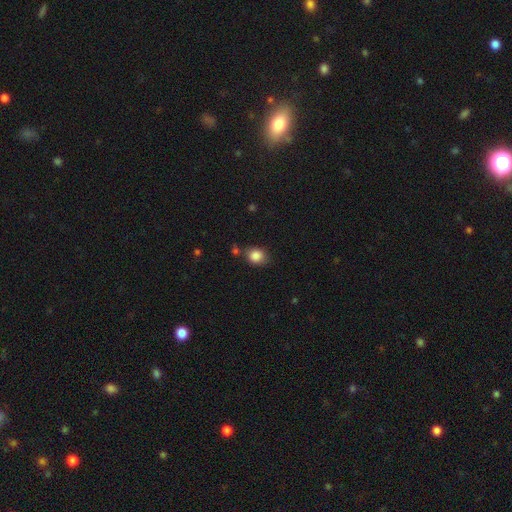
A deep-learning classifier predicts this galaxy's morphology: Smooth or featured? Predicted: smooth (p=0.86). How rounded? Predicted: round (p=0.58). Merging? Predicted: none (p=0.71).